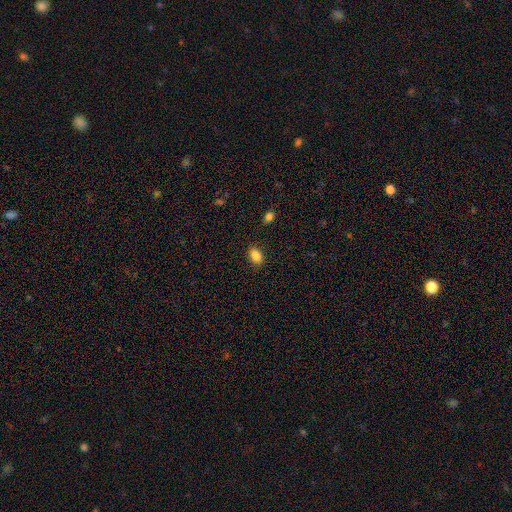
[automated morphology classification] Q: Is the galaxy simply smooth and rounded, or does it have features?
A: smooth — 87%.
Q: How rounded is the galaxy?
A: in between — 84%.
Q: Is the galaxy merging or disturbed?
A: none — 87%.